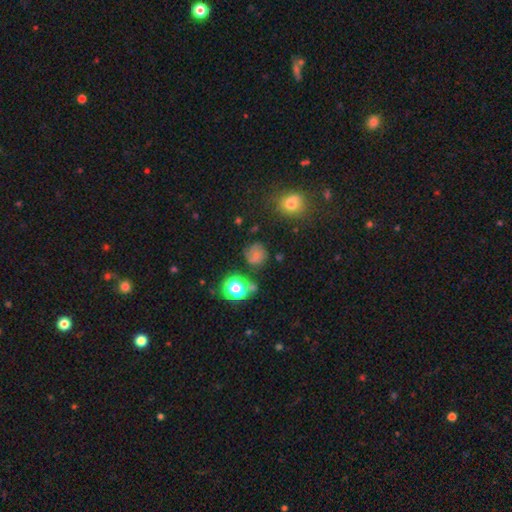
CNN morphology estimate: This appears to be a smooth galaxy with no disk features (61%) that is round (84%). Merging: none (65%).